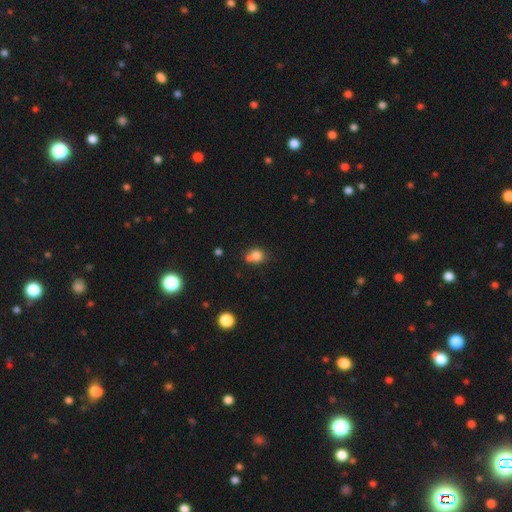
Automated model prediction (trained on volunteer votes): The model was most divided on "merging": none: 51%, merger: 29%, minor disturbance: 15%, major disturbance: 5%. More confident: smooth or featured — smooth (79%); how rounded — round (70%).